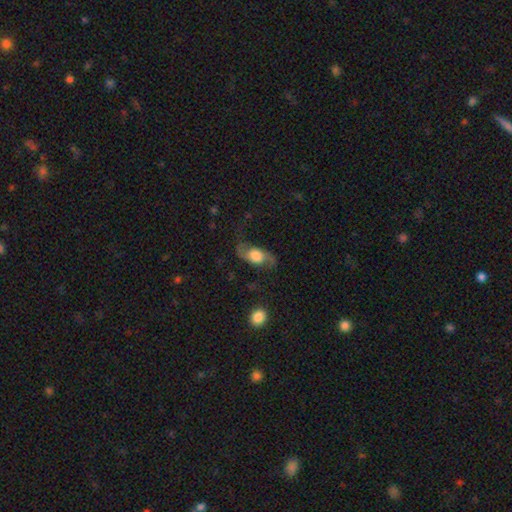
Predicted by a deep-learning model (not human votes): A featured or disk galaxy (71%) with no bar (65%), 2 (92%) loose (63%) spiral arms (91%) and a large central bulge (55%). Merging: none (66%).